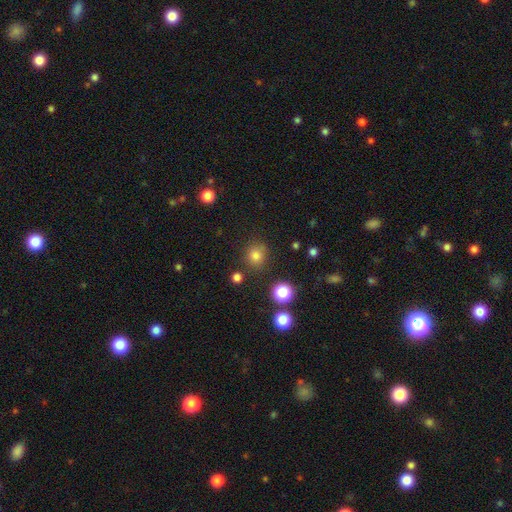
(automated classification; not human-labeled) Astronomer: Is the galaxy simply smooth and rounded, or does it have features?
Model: smooth — 78%.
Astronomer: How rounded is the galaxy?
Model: round — 88%.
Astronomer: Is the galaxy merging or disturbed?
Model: none — 83%.